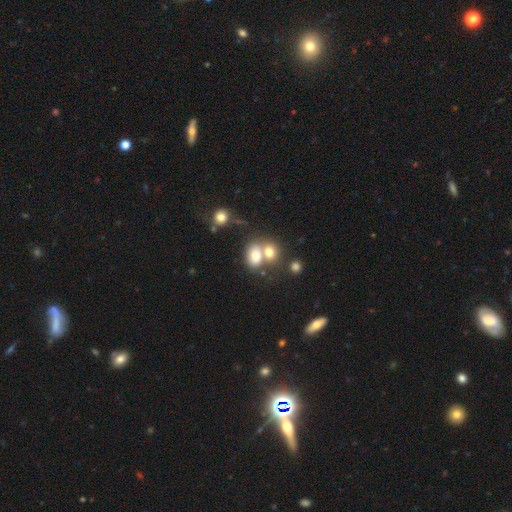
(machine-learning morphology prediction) smooth 72%, featured or disk 16%, star or artifact 12%. Down the decision tree: how rounded — in between (57%); merging — merger (55%).